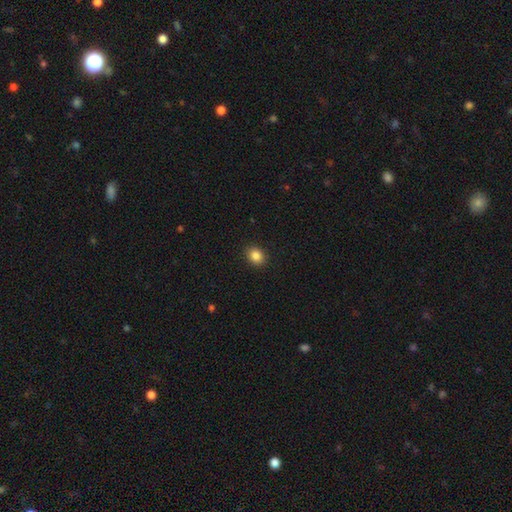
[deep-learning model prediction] Smooth or featured? Predicted: smooth (p=0.86). How rounded? Predicted: round (p=0.56). Merging? Predicted: none (p=0.91).